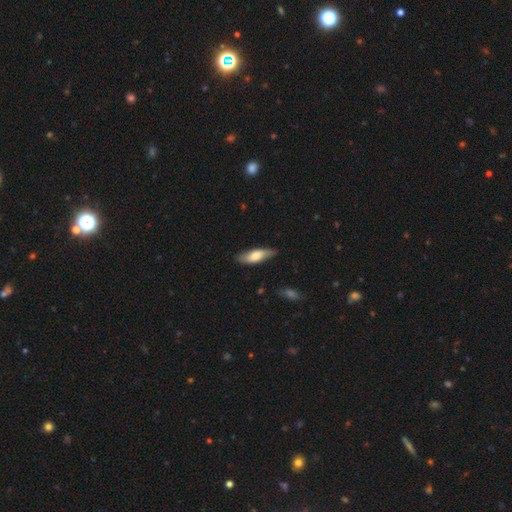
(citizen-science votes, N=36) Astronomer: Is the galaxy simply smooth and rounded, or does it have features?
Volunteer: smooth — 64%.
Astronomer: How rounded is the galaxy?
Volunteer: in between — 83%.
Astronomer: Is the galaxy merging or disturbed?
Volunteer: none — 63%.